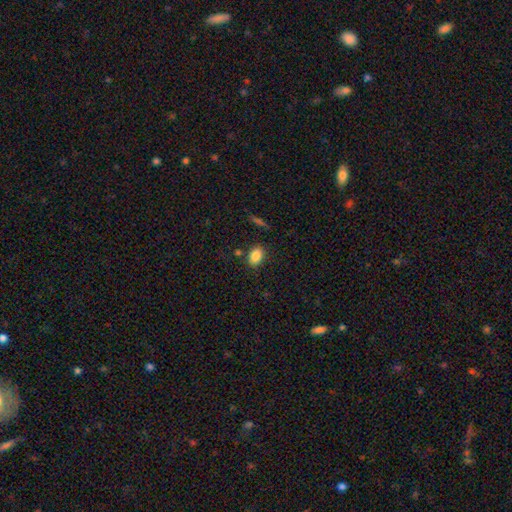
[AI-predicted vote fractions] Q: Smooth or featured?
A: smooth (85%); runner-up: star or artifact (9%)
Q: How rounded?
A: in between (80%); runner-up: round (18%)
Q: Merging?
A: none (81%); runner-up: minor disturbance (12%)